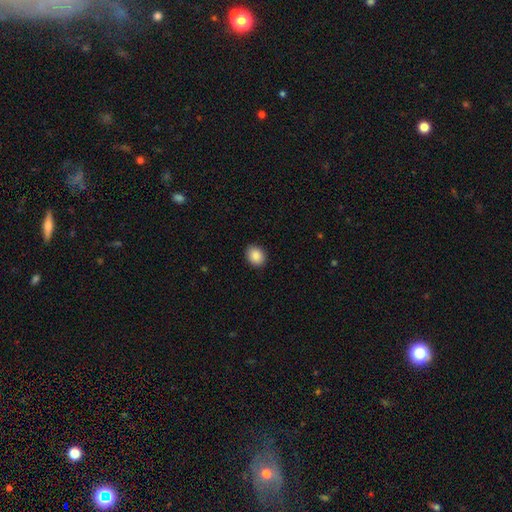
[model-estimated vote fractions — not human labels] smooth_or_featured: smooth (p=0.88) [alt: star or artifact p=0.08]
how_rounded: round (p=0.55) [alt: in between p=0.44]
merging: none (p=0.91) [alt: minor disturbance p=0.07]